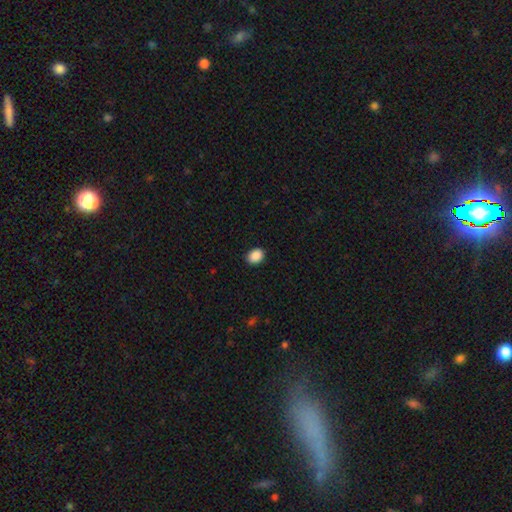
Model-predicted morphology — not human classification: Q: Smooth or featured?
A: smooth (90%); runner-up: star or artifact (8%)
Q: How rounded?
A: in between (58%); runner-up: round (41%)
Q: Merging?
A: none (89%); runner-up: minor disturbance (8%)